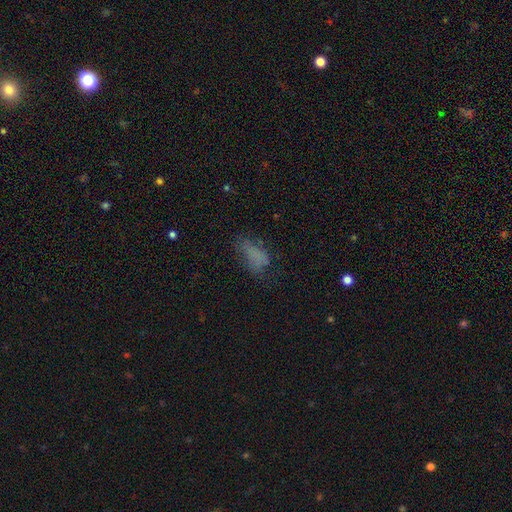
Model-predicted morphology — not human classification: This appears to be a smooth galaxy with no disk features (62%) that is in between round and cigar-shaped (85%). Merging: none (41%).